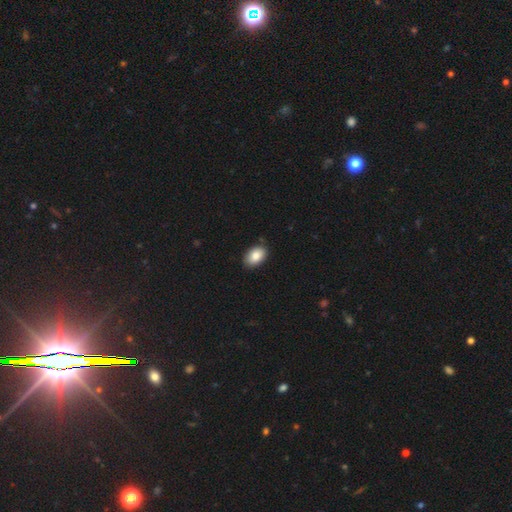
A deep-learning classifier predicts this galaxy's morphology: smooth_or_featured: smooth (p=0.85) [alt: featured or disk p=0.08]
how_rounded: in between (p=0.89) [alt: round p=0.10]
merging: none (p=0.85) [alt: minor disturbance p=0.12]